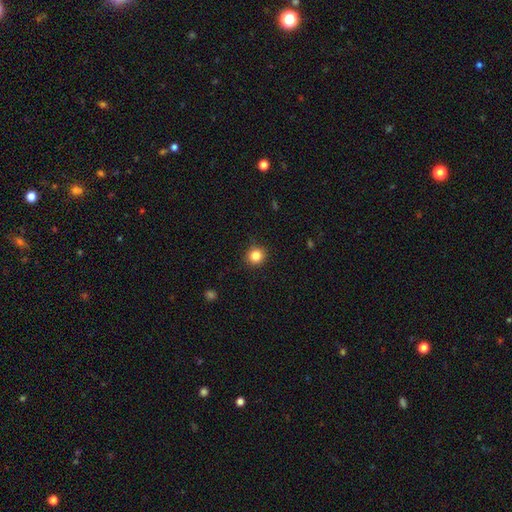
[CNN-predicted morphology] This is clearly a smooth galaxy (84%). How rounded: clearly round (91%). Merging: clearly none (90%).